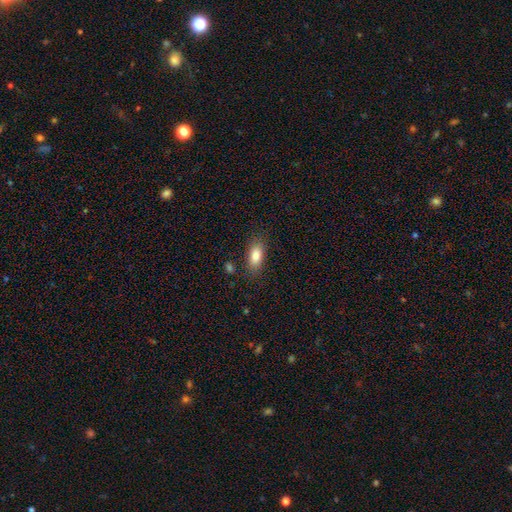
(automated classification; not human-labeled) Smooth or featured?
  - smooth: 83% *
  - featured or disk: 9%
  - star or artifact: 8%
How rounded?
  - in between: 86% *
  - cigar-shaped: 10%
  - round: 4%
Merging?
  - none: 81% *
  - minor disturbance: 13%
  - major disturbance: 4%
  - merger: 3%